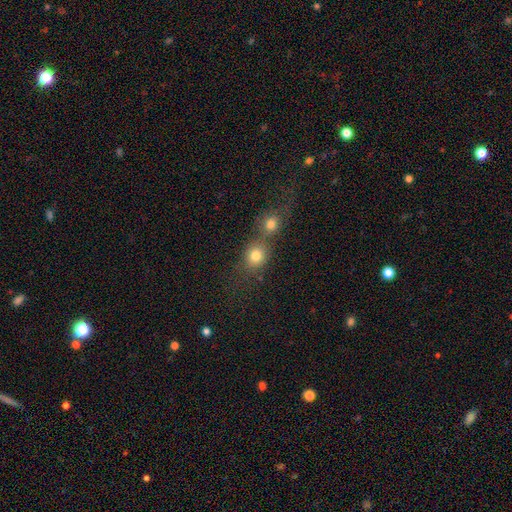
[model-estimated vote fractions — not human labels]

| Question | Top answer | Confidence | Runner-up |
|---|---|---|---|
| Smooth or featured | smooth | 79% | star or artifact (13%) |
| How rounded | round | 80% | in between (19%) |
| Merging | merger | 49% | none (39%) |